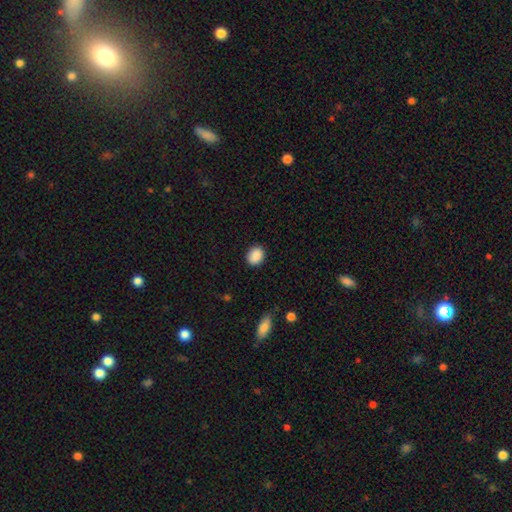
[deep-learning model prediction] smooth_or_featured: smooth (p=0.89) [alt: star or artifact p=0.08]
how_rounded: round (p=0.53) [alt: in between p=0.46]
merging: none (p=0.88) [alt: minor disturbance p=0.09]